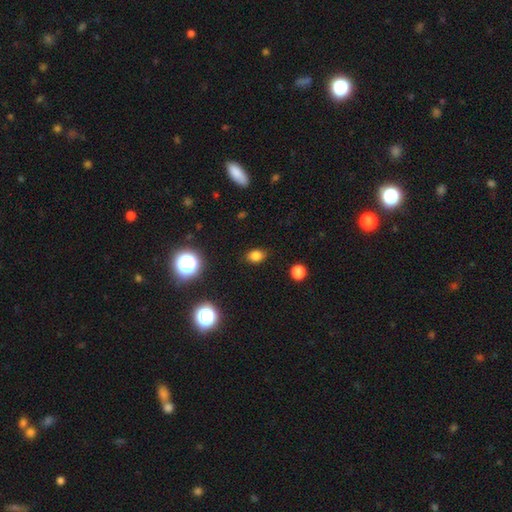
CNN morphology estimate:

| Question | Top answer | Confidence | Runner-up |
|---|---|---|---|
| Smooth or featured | smooth | 79% | star or artifact (15%) |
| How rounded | in between | 63% | round (36%) |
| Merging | none | 84% | minor disturbance (12%) |